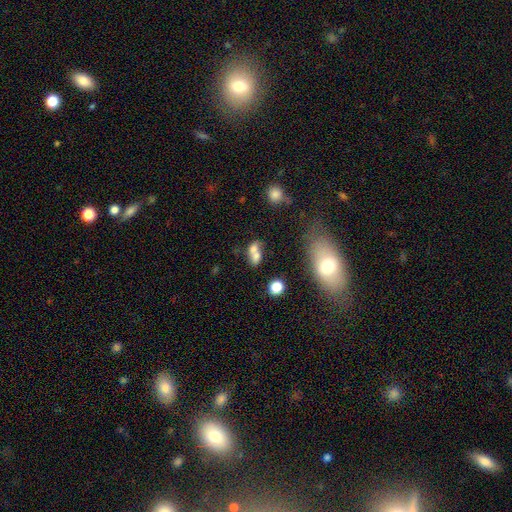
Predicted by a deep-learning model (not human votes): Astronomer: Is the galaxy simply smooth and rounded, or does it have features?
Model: smooth — 67%.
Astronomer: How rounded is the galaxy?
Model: in between — 67%.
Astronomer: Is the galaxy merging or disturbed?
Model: merger — 64%.